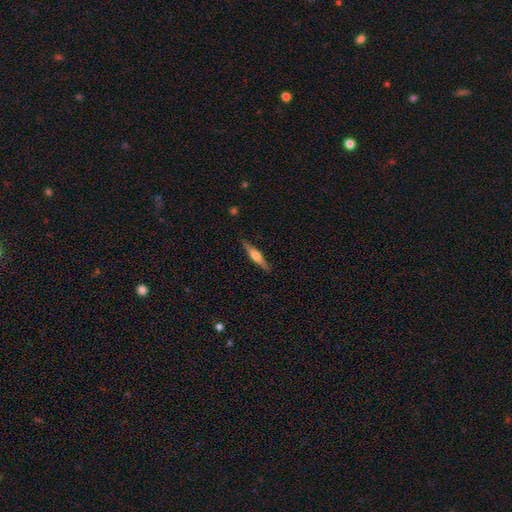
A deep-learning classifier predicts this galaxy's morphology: Smooth or featured: featured or disk — 60% (smooth — 34%)
Edge-on disk: yes — 97% (no — 3%)
Edge-on bulge: rounded — 88% (boxy — 8%)
Merging: none — 89% (minor disturbance — 8%)